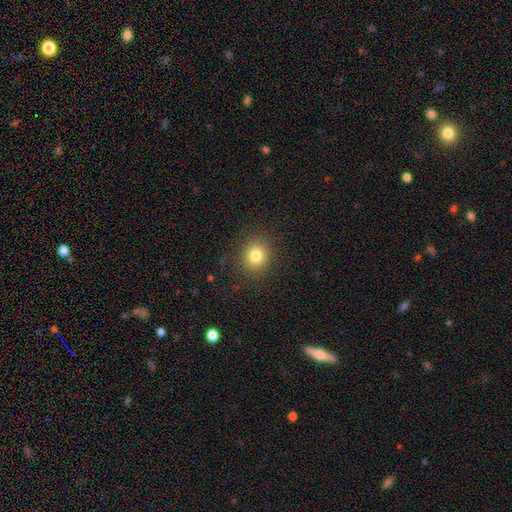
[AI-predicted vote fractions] The model was most divided on "how rounded": round: 80%, in between: 19%, cigar-shaped: 1%. More confident: merging — none (88%); smooth or featured — smooth (80%).